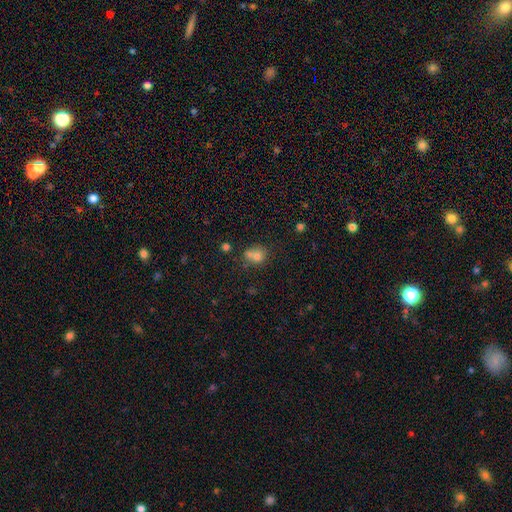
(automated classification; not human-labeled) A smooth galaxy with no disk features (69%) that is round (73%).

Vote fractions:
- Smooth or featured? smooth: 69% / star or artifact: 17% / featured or disk: 14%
- How rounded? round: 73% / in between: 26% / cigar-shaped: 1%
- Merging? merger: 47% / none: 39% / minor disturbance: 10% / major disturbance: 5%